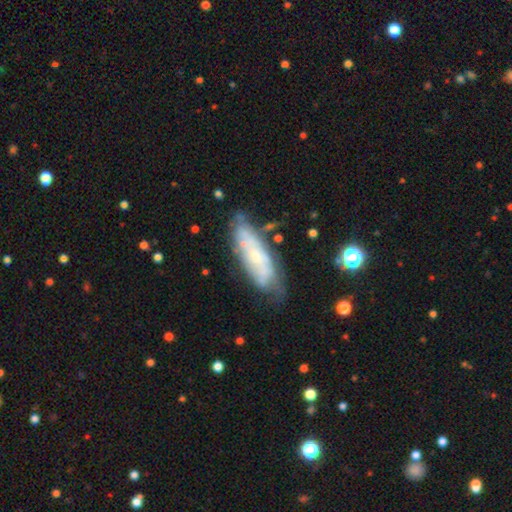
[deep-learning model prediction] Smooth or featured? Predicted: featured or disk (p=0.58). Edge-on disk? Predicted: no (p=0.79). Merging? Predicted: none (p=0.62).